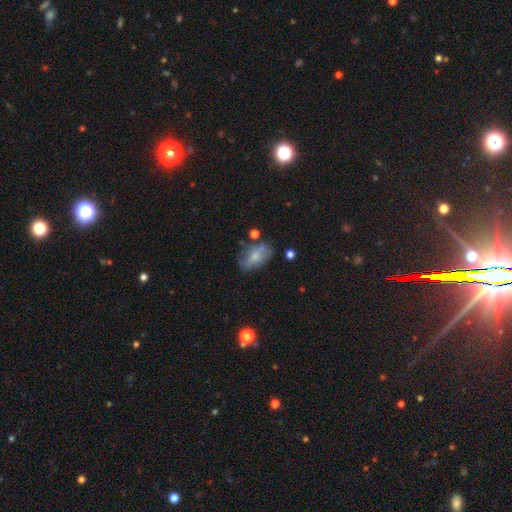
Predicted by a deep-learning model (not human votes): The model was most divided on "merging": none: 51%, minor disturbance: 27%, major disturbance: 14%, merger: 7%. More confident: how rounded — in between (86%); smooth or featured — smooth (60%).